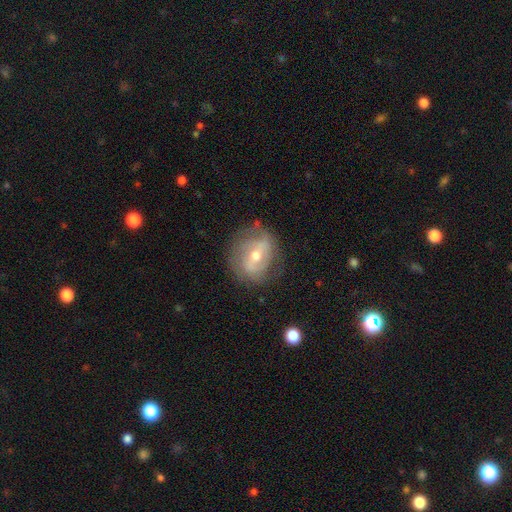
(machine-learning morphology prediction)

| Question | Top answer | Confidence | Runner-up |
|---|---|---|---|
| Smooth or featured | featured or disk | 71% | smooth (21%) |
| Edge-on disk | no | 95% | yes (5%) |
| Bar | weak | 42% | strong (33%) |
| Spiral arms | yes | 72% | no (28%) |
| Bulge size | moderate | 64% | small (32%) |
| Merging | none | 67% | minor disturbance (22%) |